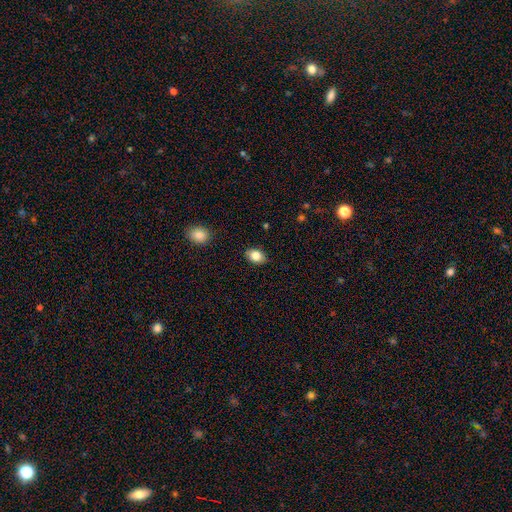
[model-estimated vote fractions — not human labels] The model was most divided on "how rounded": in between: 78%, round: 20%, cigar-shaped: 1%. More confident: merging — none (87%); smooth or featured — smooth (83%).